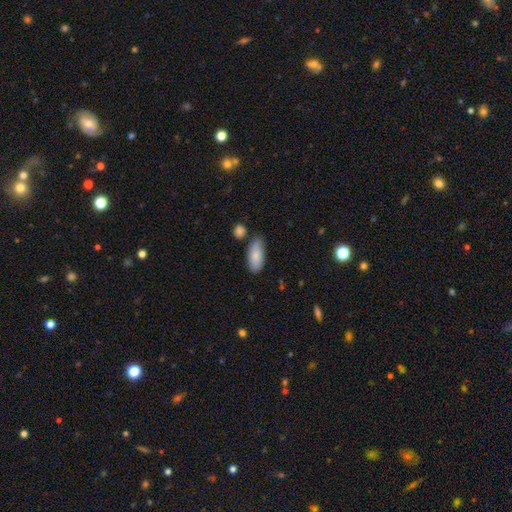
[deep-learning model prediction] This is clearly a smooth galaxy (83%). How rounded: clearly in between (86%). Merging: likely none (71%).